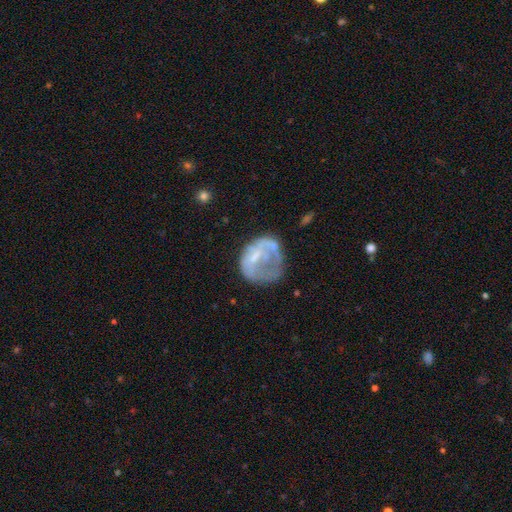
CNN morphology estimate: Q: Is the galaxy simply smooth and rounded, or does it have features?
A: featured or disk — 49%.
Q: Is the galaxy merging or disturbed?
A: major disturbance — 39%.